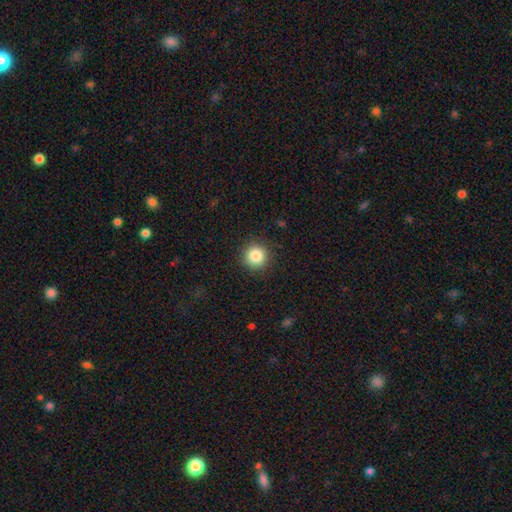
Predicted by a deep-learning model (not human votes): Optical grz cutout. It shows a smooth galaxy with no disk features (85%) that is round (95%). Merging: none (91%).